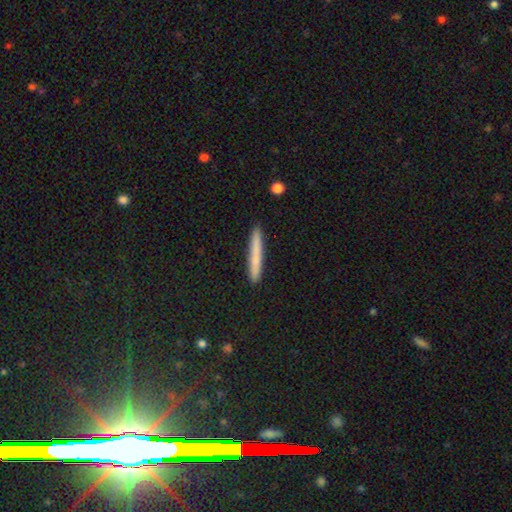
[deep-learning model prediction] smooth 76%, featured or disk 17%, star or artifact 7%. Down the decision tree: how rounded — cigar-shaped (96%); merging — none (91%).